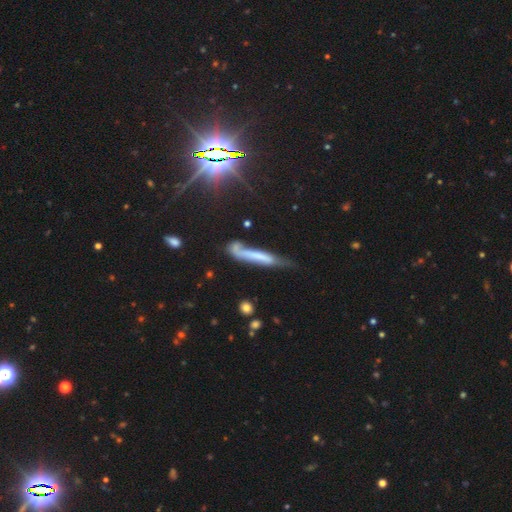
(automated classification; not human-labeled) Smooth or featured?
  - smooth: 49% *
  - featured or disk: 38%
  - star or artifact: 13%
Merging?
  - none: 36% *
  - minor disturbance: 32%
  - major disturbance: 22%
  - merger: 10%